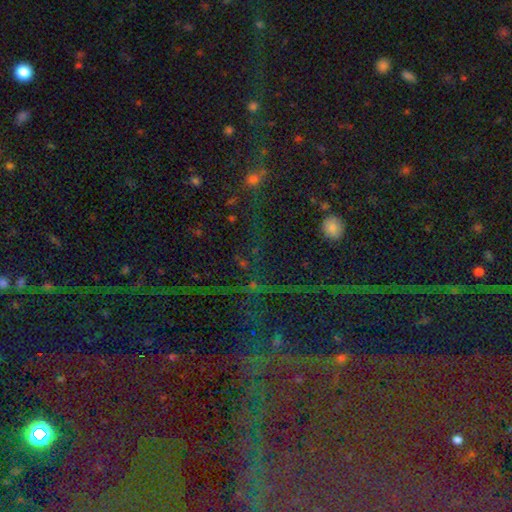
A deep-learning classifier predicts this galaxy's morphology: Smooth or featured?
  - star or artifact: 78% *
  - smooth: 11%
  - featured or disk: 10%